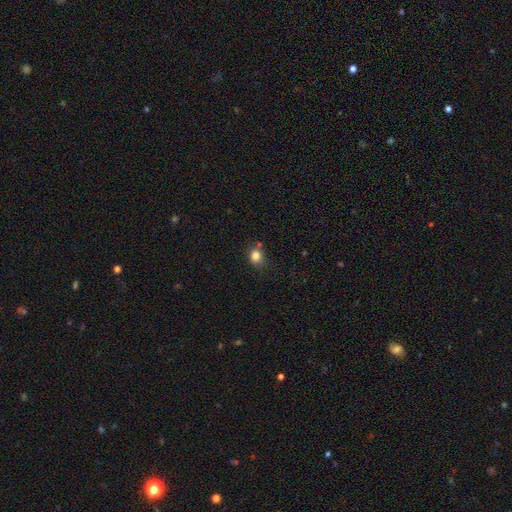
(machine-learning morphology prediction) This is clearly a smooth galaxy (82%). How rounded: likely round (66%). Merging: likely none (70%).